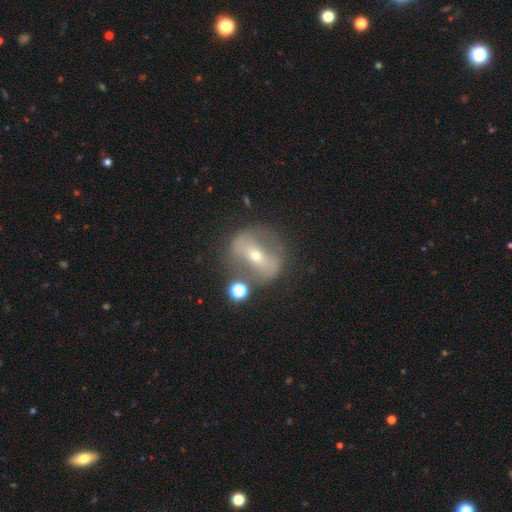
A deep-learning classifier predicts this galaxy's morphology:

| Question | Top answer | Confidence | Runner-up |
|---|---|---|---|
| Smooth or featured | featured or disk | 65% | smooth (25%) |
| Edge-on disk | no | 89% | yes (11%) |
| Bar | strong | 53% | weak (25%) |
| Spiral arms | no | 58% | yes (42%) |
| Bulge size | small | 55% | moderate (41%) |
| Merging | none | 65% | minor disturbance (16%) |